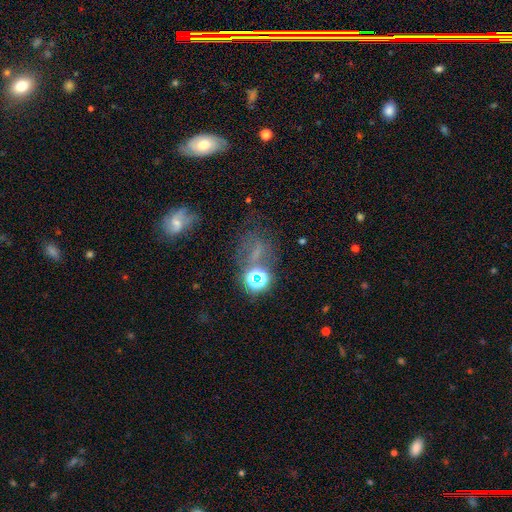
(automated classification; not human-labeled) Smooth or featured? Predicted: star or artifact (p=0.52).